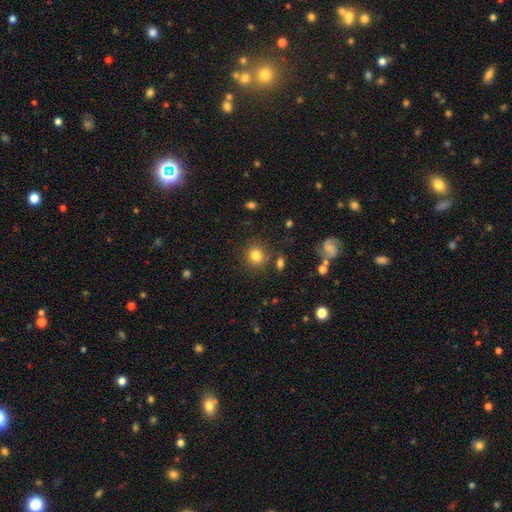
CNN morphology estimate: A smooth galaxy with no disk features (81%) that is round (87%).

Vote fractions:
- Smooth or featured? smooth: 81% / star or artifact: 12% / featured or disk: 7%
- How rounded? round: 87% / in between: 12% / cigar-shaped: 1%
- Merging? none: 82% / minor disturbance: 9% / merger: 5% / major disturbance: 4%